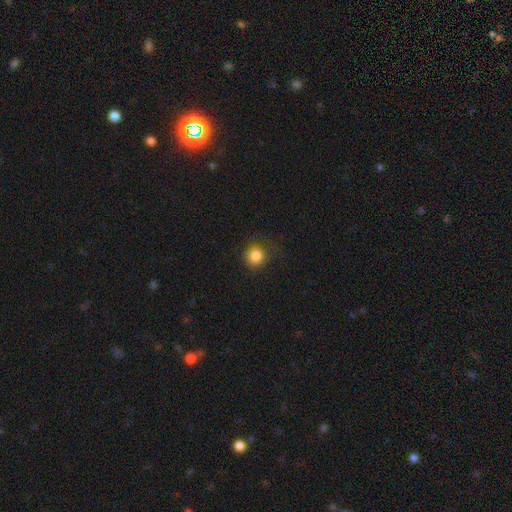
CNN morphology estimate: A smooth galaxy with no disk features (83%) that is round (90%). Merging: none (80%).